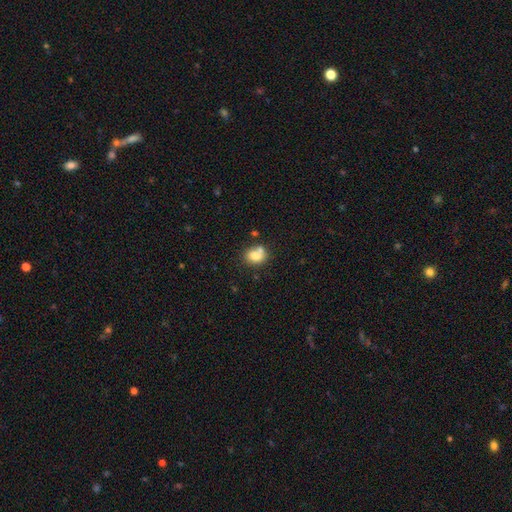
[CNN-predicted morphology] This appears to be a smooth galaxy with no disk features (78%) that is round (55%). Merging: none (51%).